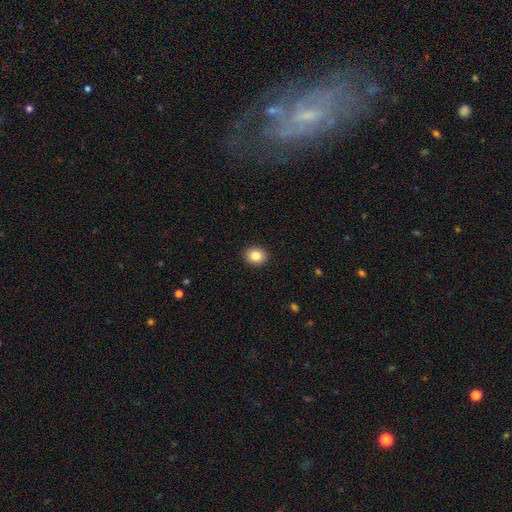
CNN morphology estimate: Smooth or featured? Predicted: smooth (p=0.85). How rounded? Predicted: round (p=0.63). Merging? Predicted: none (p=0.92).